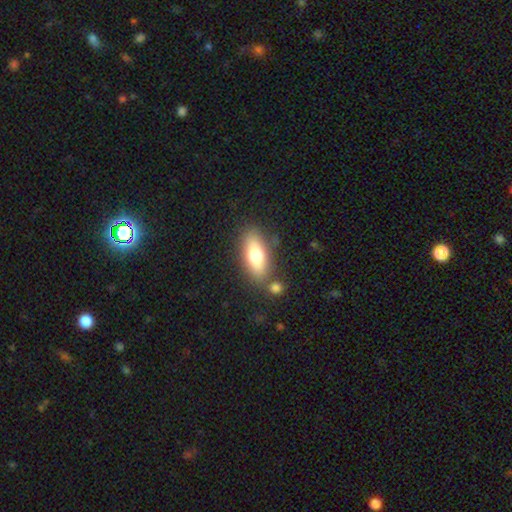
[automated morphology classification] This is likely a smooth galaxy (71%). How rounded: likely in between (76%). Merging: likely none (74%).